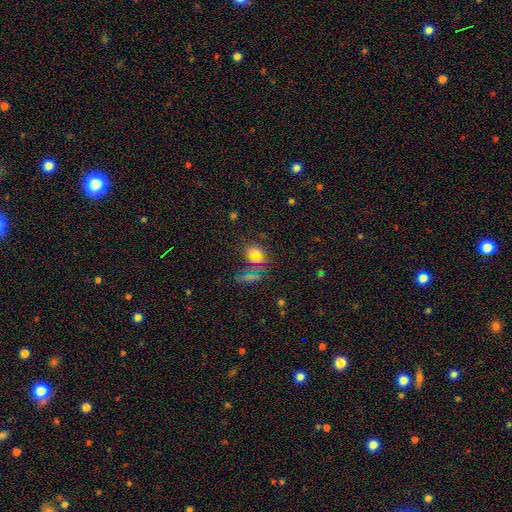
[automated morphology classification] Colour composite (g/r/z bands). It shows a smooth galaxy with no disk features (54%) that is in between round and cigar-shaped (53%). Merging: none (71%).